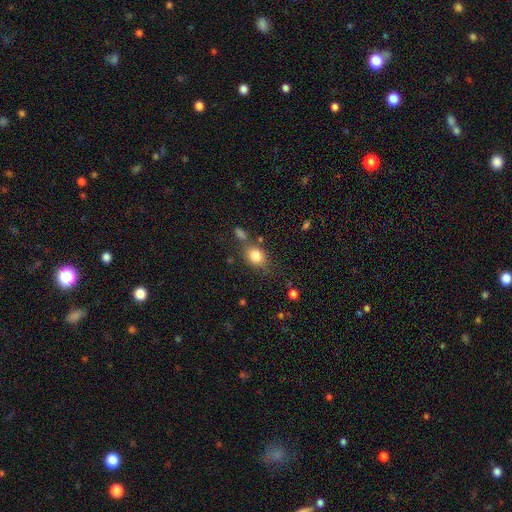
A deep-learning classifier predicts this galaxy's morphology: The model was most divided on "how rounded": in between: 55%, round: 43%, cigar-shaped: 2%. More confident: smooth or featured — smooth (82%); merging — none (63%).